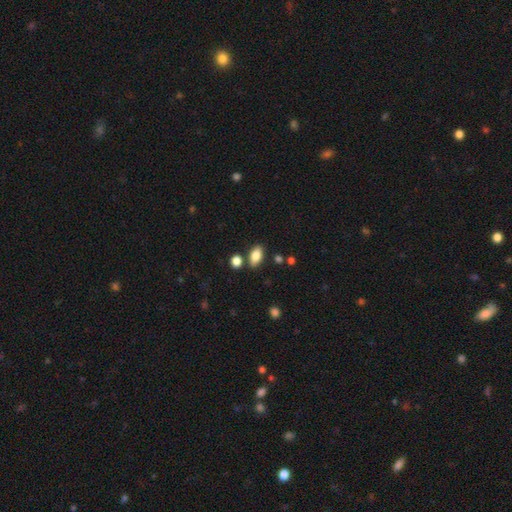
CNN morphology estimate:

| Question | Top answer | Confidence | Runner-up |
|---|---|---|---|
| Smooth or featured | smooth | 82% | featured or disk (10%) |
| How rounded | in between | 89% | cigar-shaped (6%) |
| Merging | none | 80% | minor disturbance (10%) |